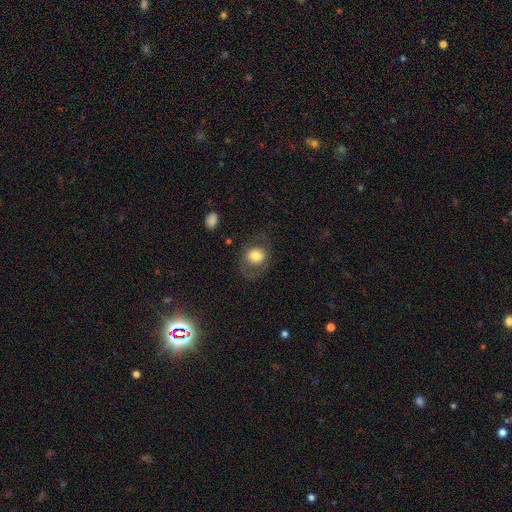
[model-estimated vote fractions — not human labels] Smooth or featured? smooth (67%)
How rounded? round (70%)
Merging? none (61%)